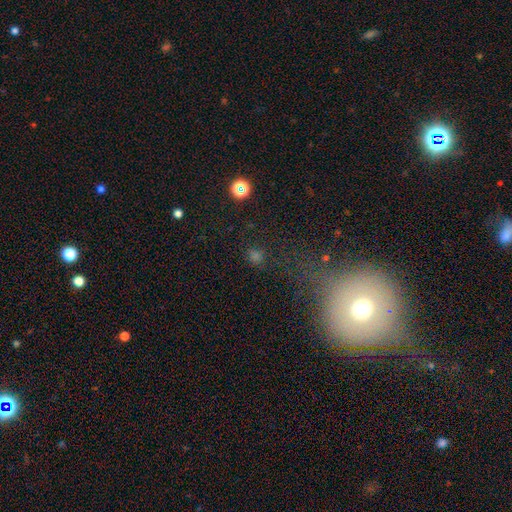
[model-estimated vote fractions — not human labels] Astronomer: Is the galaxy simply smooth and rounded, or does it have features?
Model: smooth — 48% (runner-up: star or artifact, 42%).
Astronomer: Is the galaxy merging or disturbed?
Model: none — 76%.